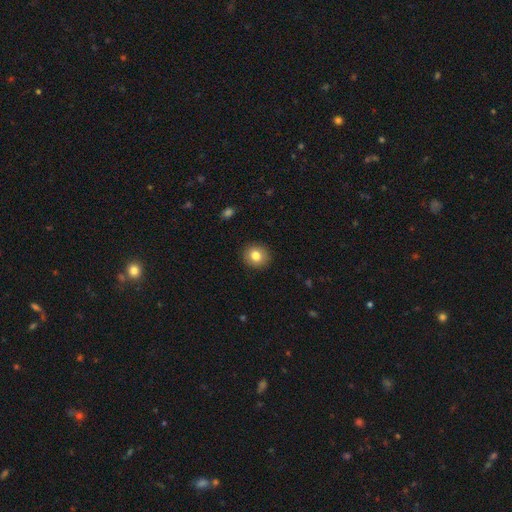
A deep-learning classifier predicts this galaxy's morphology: smooth 82%, featured or disk 9%, star or artifact 9%. Down the decision tree: how rounded — round (86%); merging — none (91%).